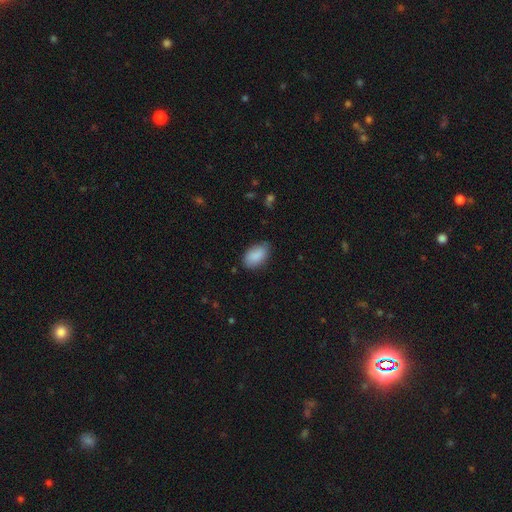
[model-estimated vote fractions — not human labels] This is clearly a smooth galaxy (89%). How rounded: clearly in between (93%). Merging: likely none (78%).